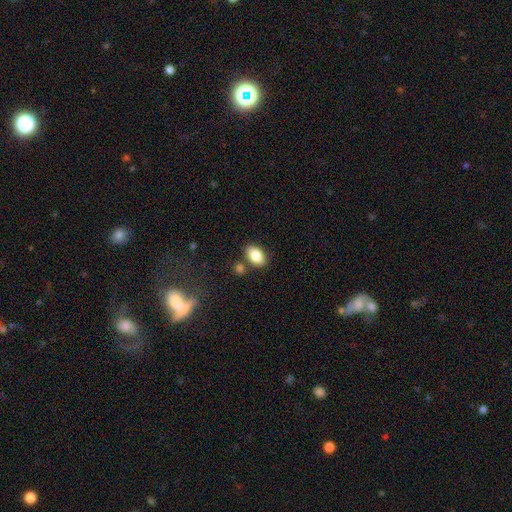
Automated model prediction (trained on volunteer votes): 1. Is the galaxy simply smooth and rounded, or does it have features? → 86% smooth, 8% star or artifact, 6% featured or disk.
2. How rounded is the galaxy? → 89% in between, 9% round, 2% cigar-shaped.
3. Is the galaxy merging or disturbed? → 76% none, 12% minor disturbance, 9% merger, 3% major disturbance.